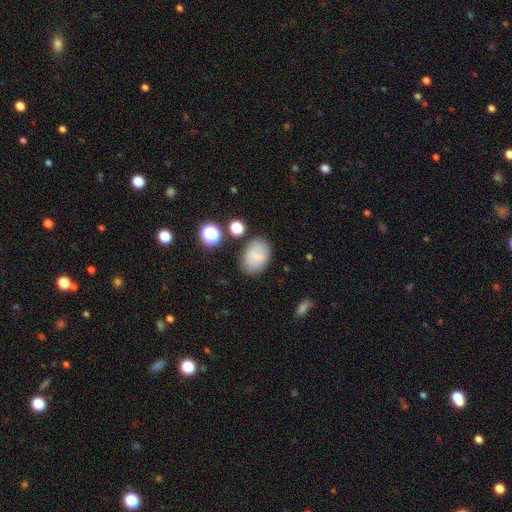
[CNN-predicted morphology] type=smooth (75%); roundness=in between (77%); merging=none (73%).